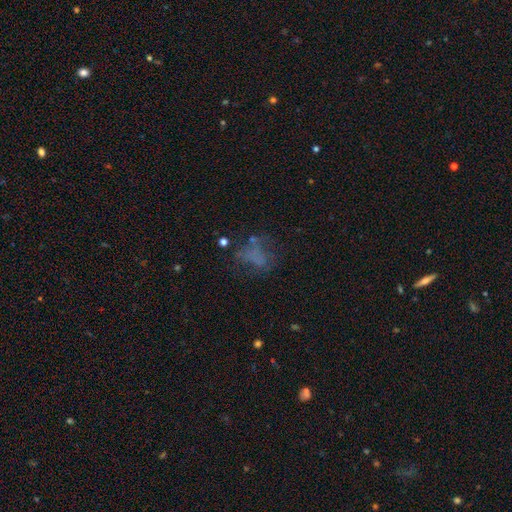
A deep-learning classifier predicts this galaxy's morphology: Smooth or featured? smooth (40%)
Merging? none (43%)